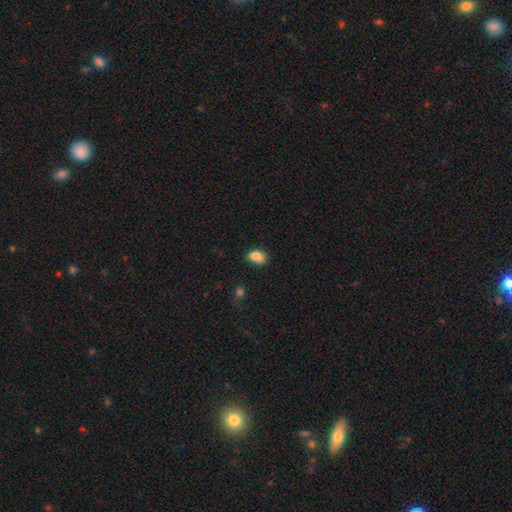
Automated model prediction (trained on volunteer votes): A smooth galaxy with no disk features (82%) that is in between round and cigar-shaped (74%).

Vote fractions:
- Smooth or featured? smooth: 82% / star or artifact: 10% / featured or disk: 8%
- How rounded? in between: 74% / round: 24% / cigar-shaped: 1%
- Merging? none: 52% / minor disturbance: 32% / major disturbance: 8% / merger: 7%